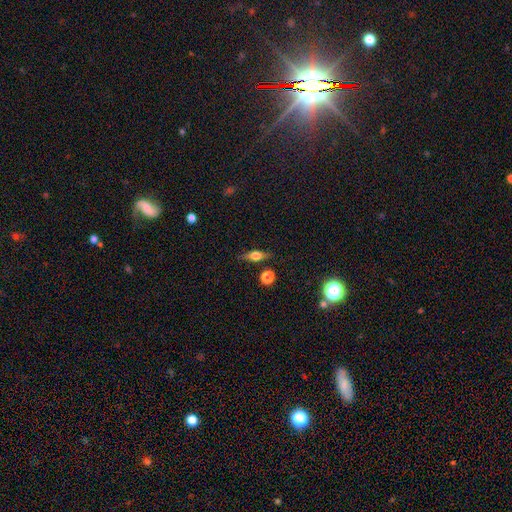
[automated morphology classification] featured or disk 57%, smooth 32%, star or artifact 10%. Down the decision tree: edge-on disk — yes (94%); edge-on bulge — rounded (91%); merging — none (81%).